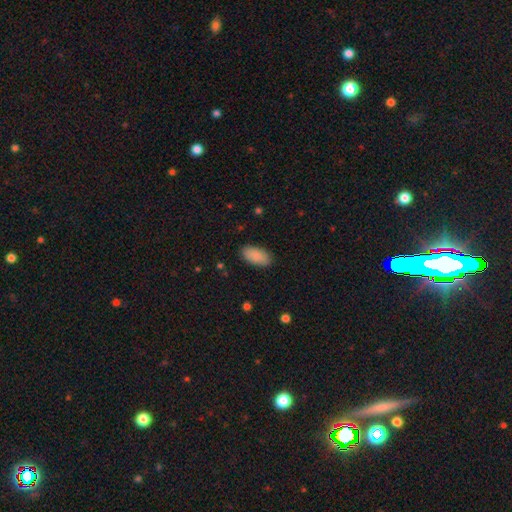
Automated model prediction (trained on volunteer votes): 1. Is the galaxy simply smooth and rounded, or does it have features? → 89% smooth, 6% star or artifact, 5% featured or disk.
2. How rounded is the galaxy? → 95% in between, 3% cigar-shaped, 2% round.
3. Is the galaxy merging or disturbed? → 88% none, 9% minor disturbance, 2% major disturbance, 1% merger.